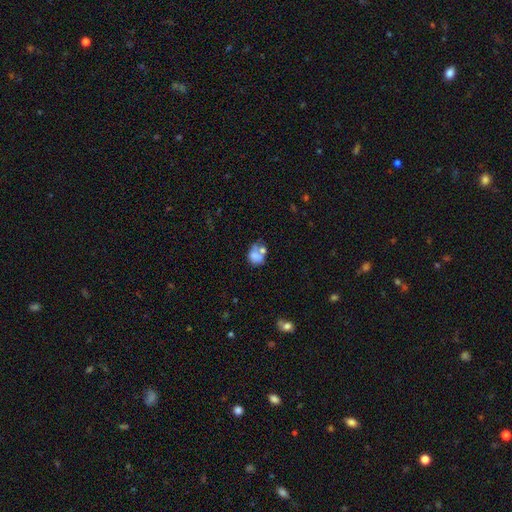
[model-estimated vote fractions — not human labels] This appears to be a smooth galaxy with no disk features (67%) that is in between round and cigar-shaped (57%). Merging: merger (39%).